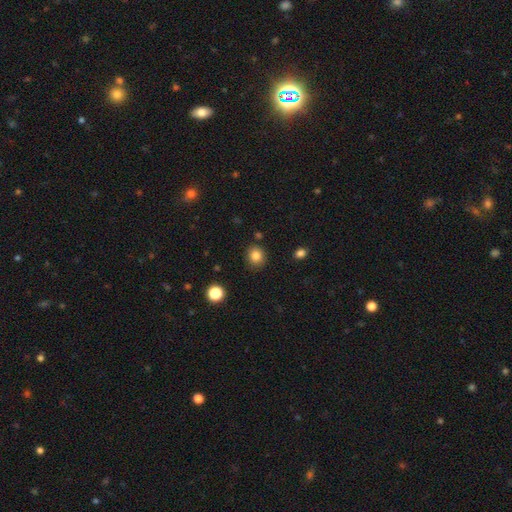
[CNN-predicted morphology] The model was most divided on "how rounded": round: 82%, in between: 17%, cigar-shaped: 1%. More confident: merging — none (86%); smooth or featured — smooth (84%).